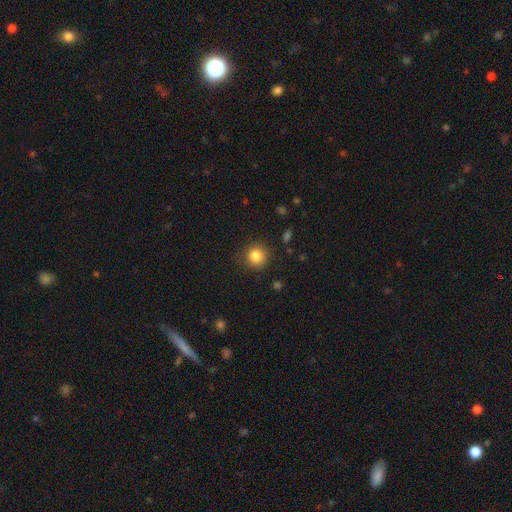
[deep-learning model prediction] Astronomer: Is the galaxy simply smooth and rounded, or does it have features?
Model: smooth — 84%.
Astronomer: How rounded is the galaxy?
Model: round — 91%.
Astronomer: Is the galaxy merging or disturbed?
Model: none — 86%.